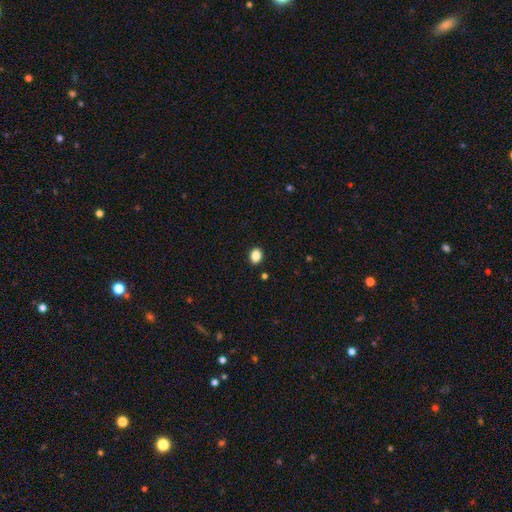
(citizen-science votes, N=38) Smooth or featured?
  - smooth: 92% *
  - featured or disk: 5%
  - star or artifact: 3%
How rounded?
  - in between: 63% *
  - round: 37%
  - cigar-shaped: 0%
Merging?
  - none: 95% *
  - minor disturbance: 5%
  - major disturbance: 0%
  - merger: 0%